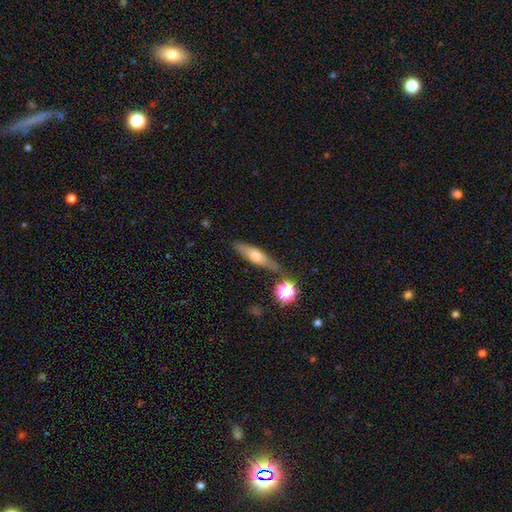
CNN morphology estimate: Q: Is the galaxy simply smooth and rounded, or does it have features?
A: smooth — 49%.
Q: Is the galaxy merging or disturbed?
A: none — 78%.